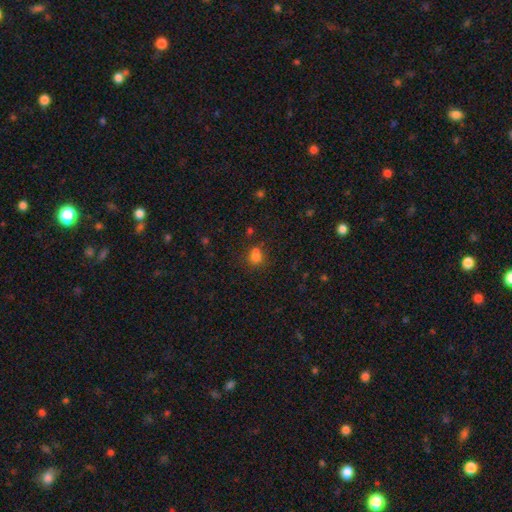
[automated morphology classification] Smooth or featured? Predicted: smooth (p=0.72). How rounded? Predicted: round (p=0.65). Merging? Predicted: none (p=0.48).